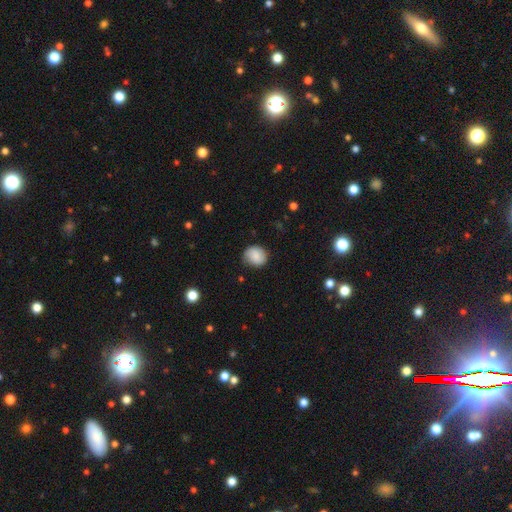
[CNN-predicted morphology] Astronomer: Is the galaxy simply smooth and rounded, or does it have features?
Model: smooth — 79%.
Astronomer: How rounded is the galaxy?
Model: round — 78%.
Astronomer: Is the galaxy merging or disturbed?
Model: none — 79%.